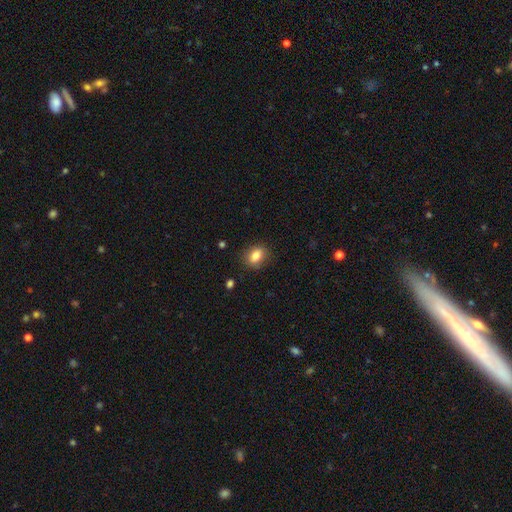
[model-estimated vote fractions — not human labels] Morphology: type=smooth (83%); roundness=in between (64%); merging=none (84%).